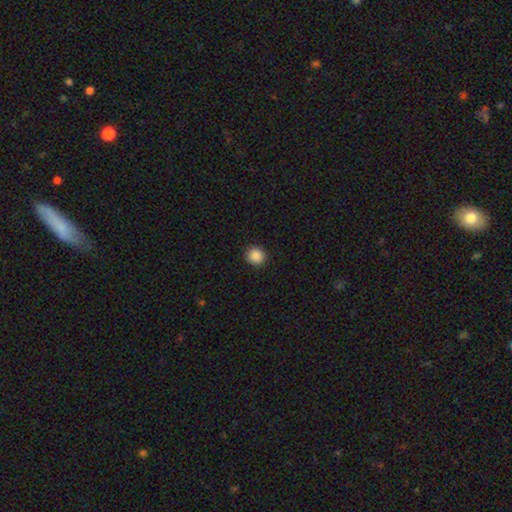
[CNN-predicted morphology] Smooth or featured?
  - smooth: 88% *
  - star or artifact: 9%
  - featured or disk: 3%
How rounded?
  - round: 92% *
  - in between: 7%
  - cigar-shaped: 1%
Merging?
  - none: 92% *
  - minor disturbance: 5%
  - major disturbance: 2%
  - merger: 1%